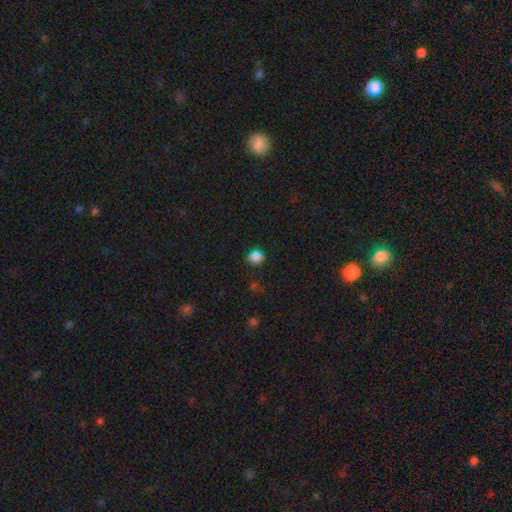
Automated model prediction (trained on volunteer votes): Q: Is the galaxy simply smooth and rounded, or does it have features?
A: smooth — 69%.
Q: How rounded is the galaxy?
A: round — 76%.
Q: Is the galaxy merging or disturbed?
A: none — 77%.